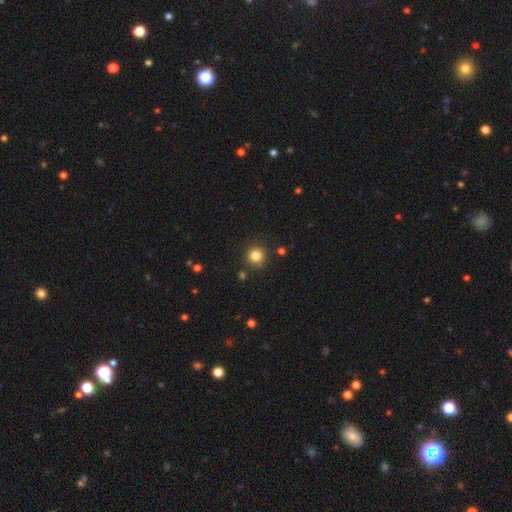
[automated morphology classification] type=smooth (82%); roundness=round (94%); merging=none (88%).